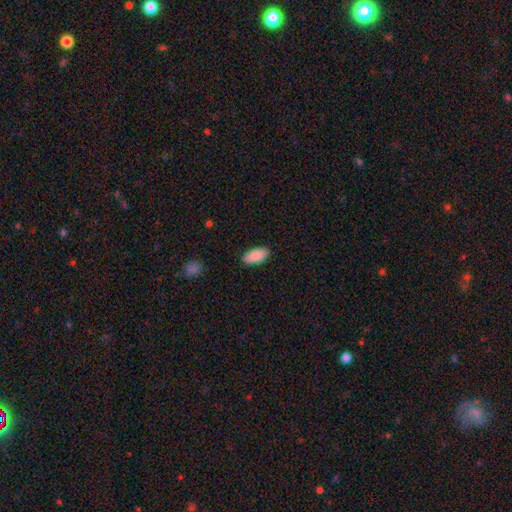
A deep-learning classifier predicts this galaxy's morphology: smooth 89%, star or artifact 6%, featured or disk 4%. Down the decision tree: how rounded — in between (92%); merging — none (87%).